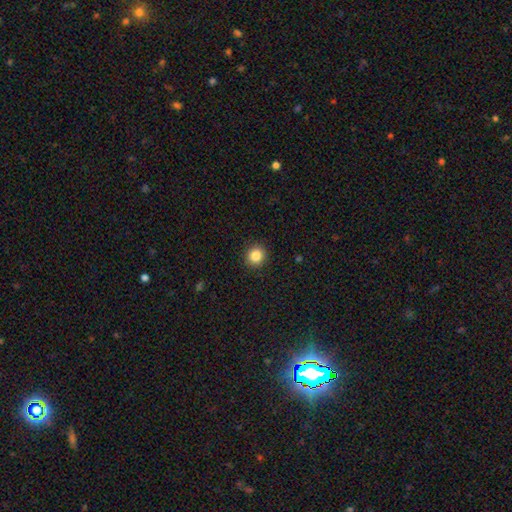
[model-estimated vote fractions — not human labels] A smooth galaxy with no disk features (84%) that is round (91%). Merging: none (92%).